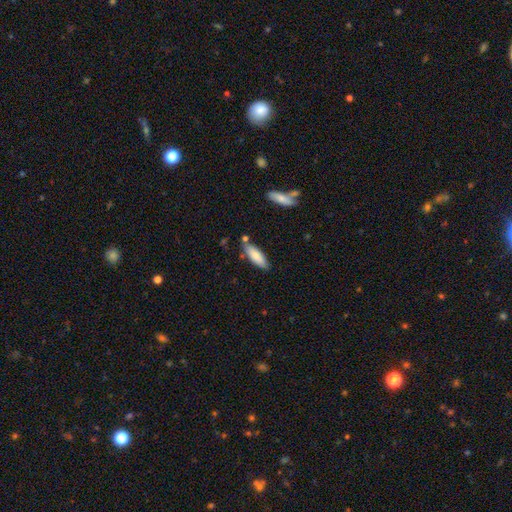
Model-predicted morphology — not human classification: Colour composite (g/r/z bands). It shows a smooth galaxy with no disk features (80%) that is in between round and cigar-shaped (62%). Merging: none (76%).